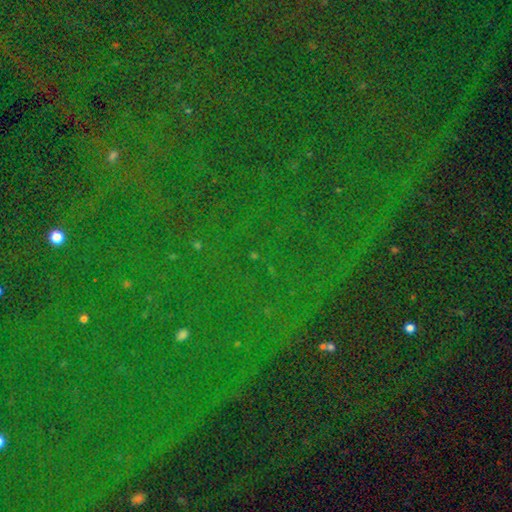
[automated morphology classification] Overall: star or artifact (84%).